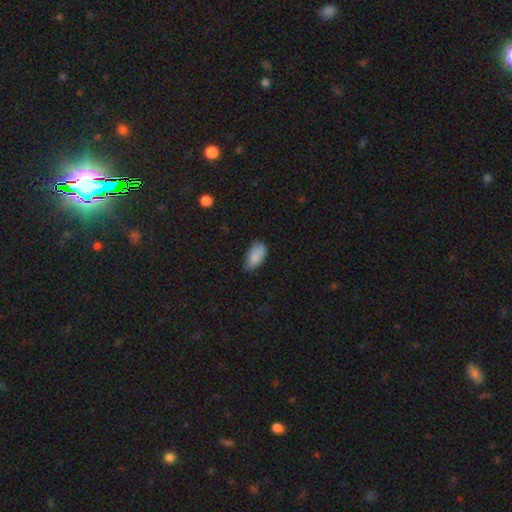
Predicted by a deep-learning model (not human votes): Morphology: type=smooth (86%); roundness=in between (94%); merging=none (64%).